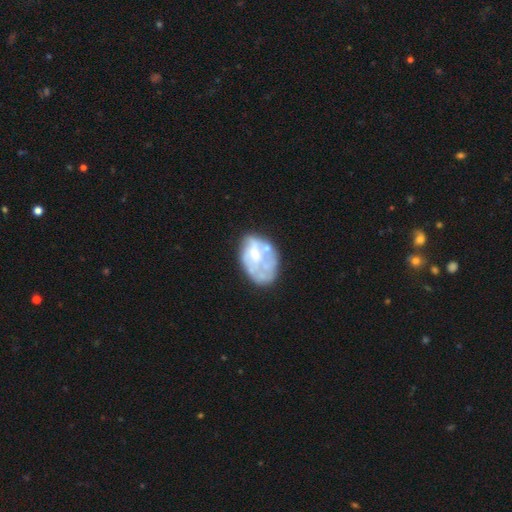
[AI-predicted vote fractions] Overall: featured or disk (56%; smooth 36%). Edge-on disk: no (97%). Bar: no (80%). Spiral arms: no (80%). Bulge size: moderate (34%; none 32%). Merging: none (42%; minor disturbance 26%).